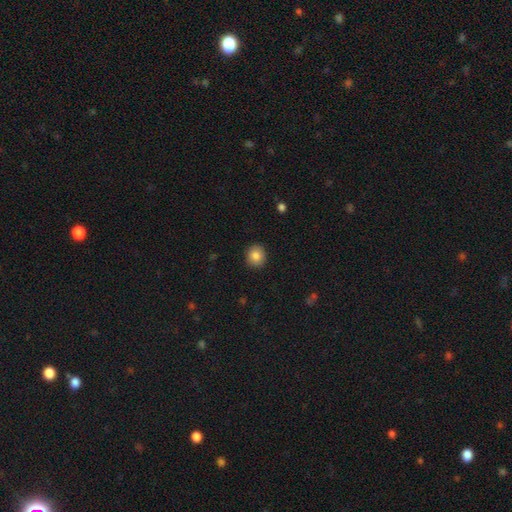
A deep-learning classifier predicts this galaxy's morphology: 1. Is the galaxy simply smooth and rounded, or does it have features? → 85% smooth, 9% star or artifact, 6% featured or disk.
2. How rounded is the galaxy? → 84% round, 16% in between, 1% cigar-shaped.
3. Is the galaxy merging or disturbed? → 91% none, 6% minor disturbance, 2% major disturbance, 1% merger.